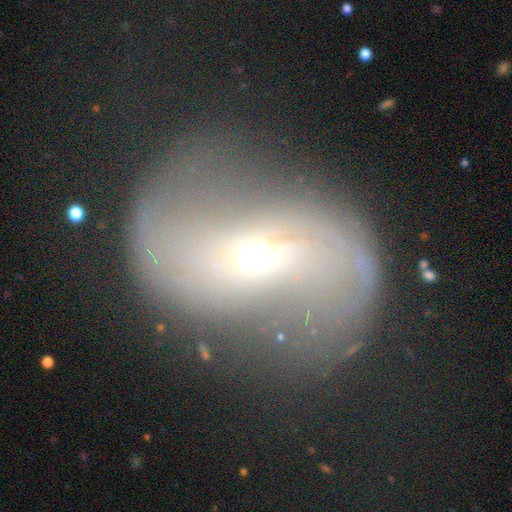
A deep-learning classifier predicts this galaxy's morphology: A featured or disk galaxy (74%) with a weak bar (36%), 2 (88%) loose (61%) spiral arms (80%) and a small central bulge (63%).

Vote fractions:
- Smooth or featured? featured or disk: 74% / smooth: 15% / star or artifact: 11%
- Edge-on disk? no: 95% / yes: 5%
- Bar? weak: 36% / strong: 33% / no: 32%
- Spiral arms? yes: 80% / no: 20%
- Spiral winding? loose: 61% / medium: 28% / tight: 11%
- Spiral arm count? 2: 88% / can't tell: 6% / 1: 2% / 3: 1% / more than 4: 1% / 4: 1%
- Bulge size? small: 63% / moderate: 32% / large: 3% / dominant: 2% / none: 1%
- Merging? none: 62% / major disturbance: 19% / minor disturbance: 17% / merger: 3%